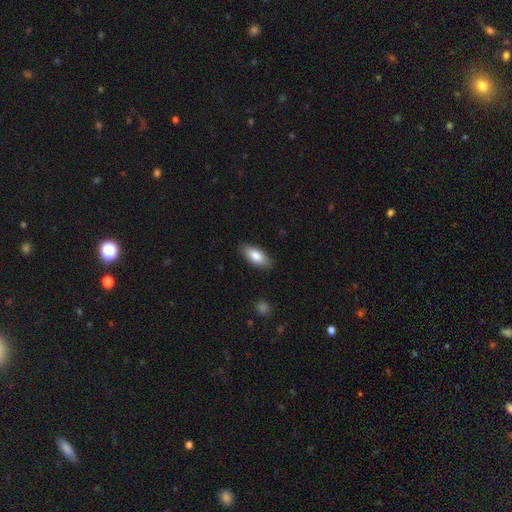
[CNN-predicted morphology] Smooth or featured? smooth (83%)
How rounded? in between (87%)
Merging? none (86%)